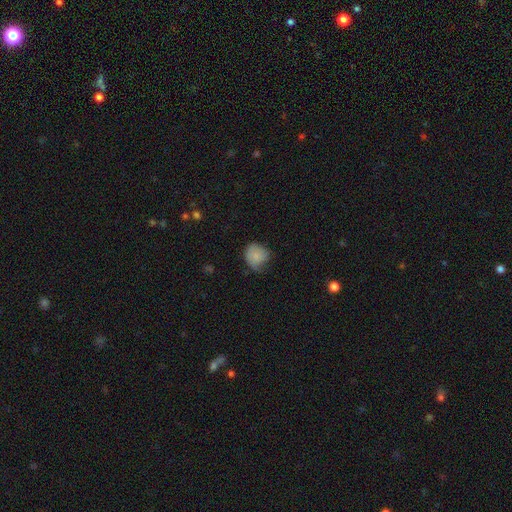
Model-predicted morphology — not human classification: type=smooth (80%); roundness=round (73%); merging=none (44%).